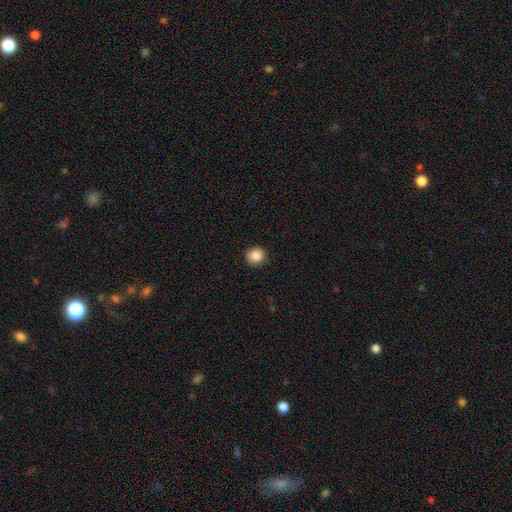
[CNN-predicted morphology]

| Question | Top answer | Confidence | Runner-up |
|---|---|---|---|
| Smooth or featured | smooth | 88% | star or artifact (9%) |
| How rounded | round | 93% | in between (6%) |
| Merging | none | 90% | minor disturbance (7%) |